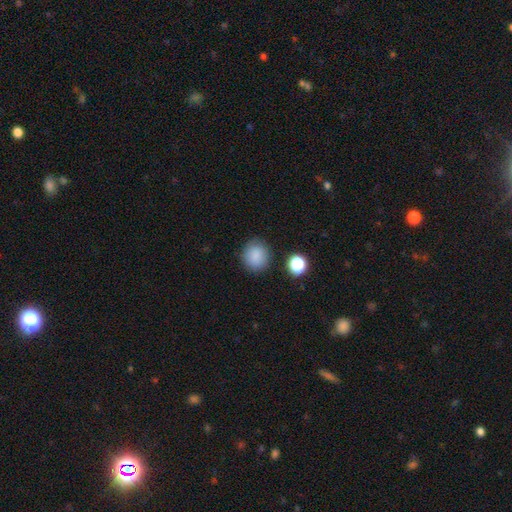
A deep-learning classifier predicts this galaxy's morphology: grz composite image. It shows a smooth galaxy with no disk features (86%) that is round (82%). Merging: none (84%).